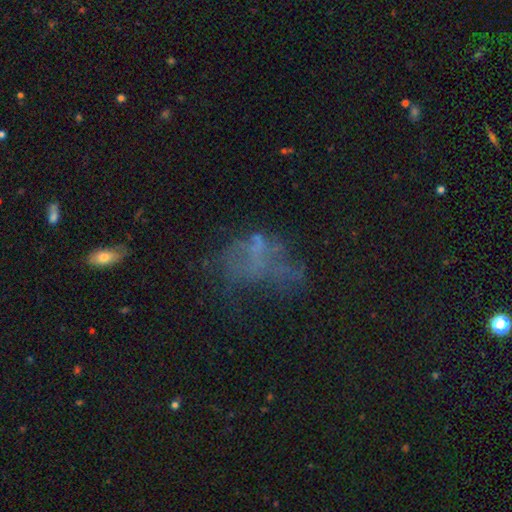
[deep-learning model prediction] smooth_or_featured: featured or disk (p=0.44) [alt: smooth p=0.28]
merging: none (p=0.38) [alt: major disturbance p=0.37]